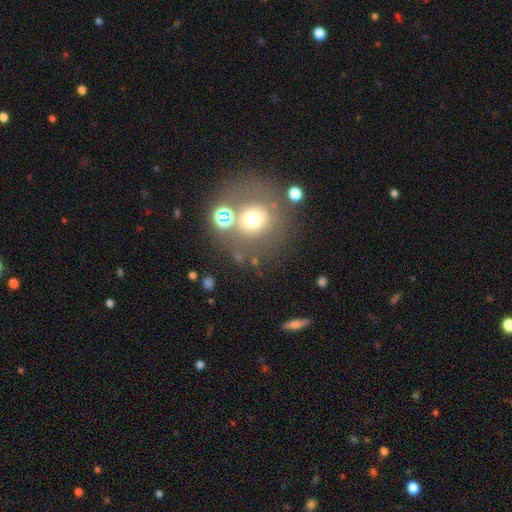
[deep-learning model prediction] smooth 53%, featured or disk 24%, star or artifact 23%. Down the decision tree: how rounded — round (86%); merging — none (65%).